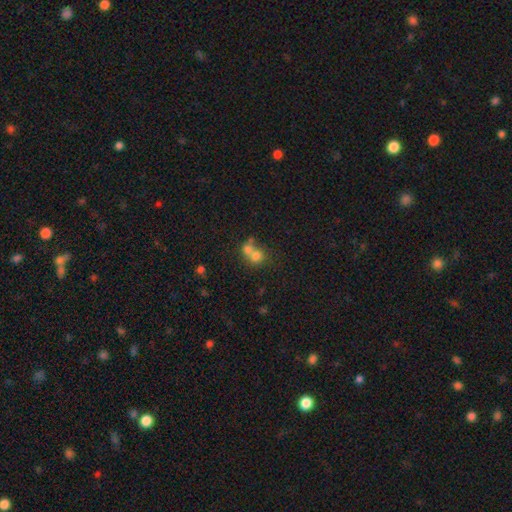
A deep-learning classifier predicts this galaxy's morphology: This appears to be a smooth galaxy with no disk features (70%) that is round (77%). Merging: merger (62%).